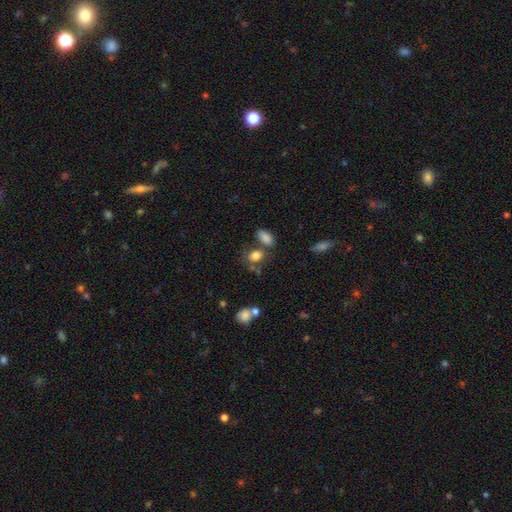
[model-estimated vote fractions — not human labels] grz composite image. It shows a smooth galaxy with no disk features (81%) that is in between round and cigar-shaped (65%). Merging: none (55%).